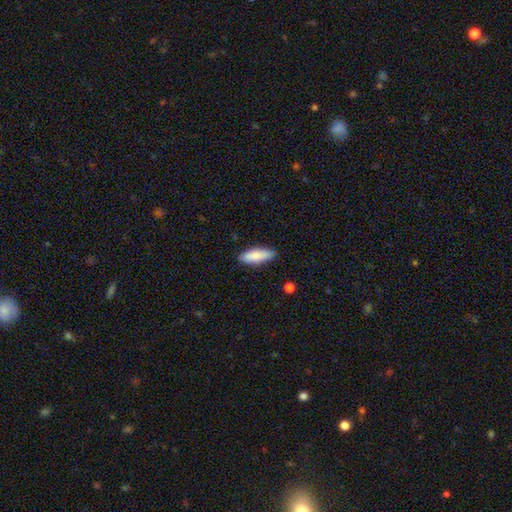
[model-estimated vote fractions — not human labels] Smooth or featured: smooth — 82% (featured or disk — 12%)
How rounded: in between — 59% (cigar-shaped — 39%)
Merging: none — 85% (minor disturbance — 12%)